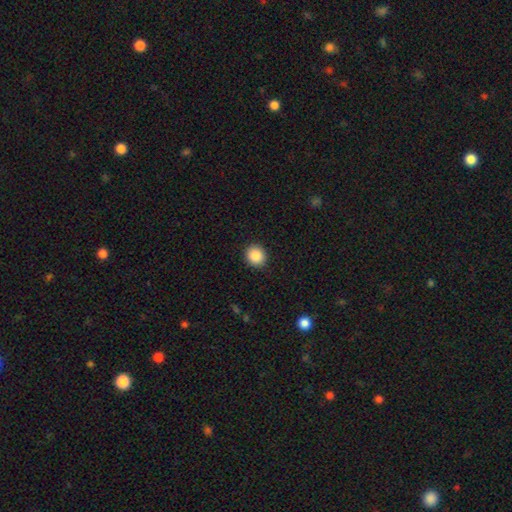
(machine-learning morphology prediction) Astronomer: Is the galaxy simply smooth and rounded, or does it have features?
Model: smooth — 88%.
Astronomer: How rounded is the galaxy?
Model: round — 82%.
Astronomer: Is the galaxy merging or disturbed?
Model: none — 91%.